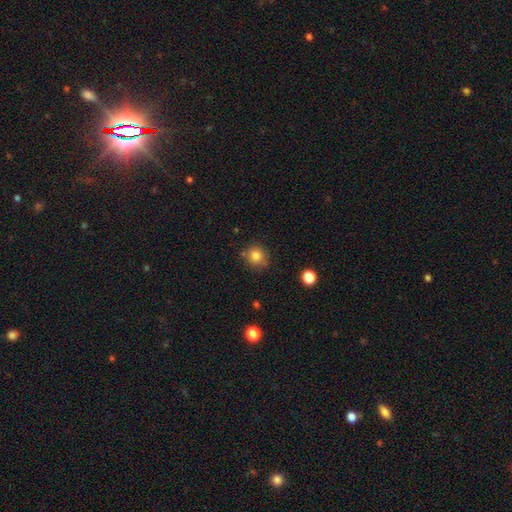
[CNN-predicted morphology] A smooth galaxy with no disk features (82%) that is round (88%).

Vote fractions:
- Smooth or featured? smooth: 82% / star or artifact: 11% / featured or disk: 7%
- How rounded? round: 88% / in between: 11% / cigar-shaped: 1%
- Merging? none: 77% / minor disturbance: 15% / merger: 4% / major disturbance: 3%